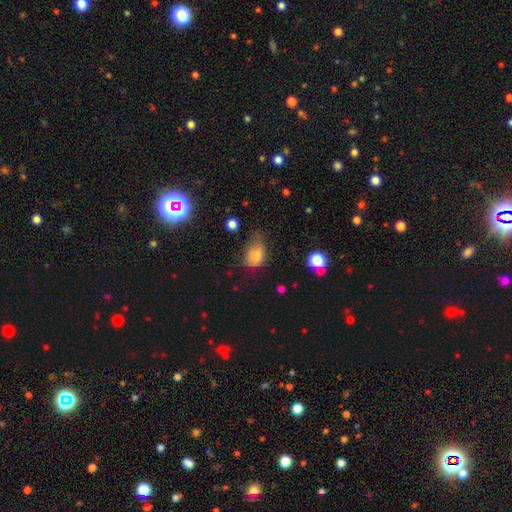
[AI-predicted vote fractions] smooth_or_featured: smooth (p=0.75) [alt: star or artifact p=0.13]
how_rounded: in between (p=0.70) [alt: round p=0.29]
merging: minor disturbance (p=0.41) [alt: none p=0.37]